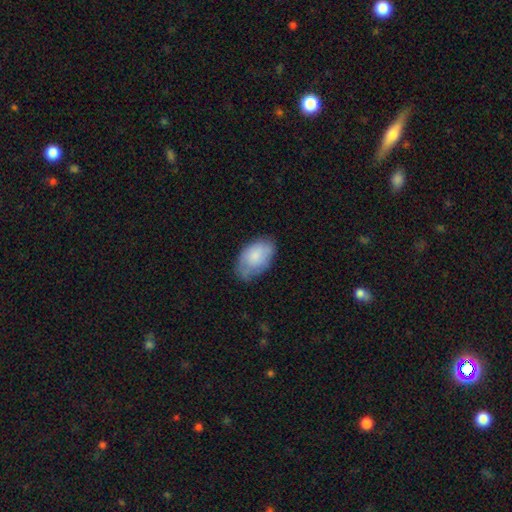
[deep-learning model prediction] This appears to be a smooth galaxy with no disk features (79%) that is in between round and cigar-shaped (92%). Merging: none (63%).